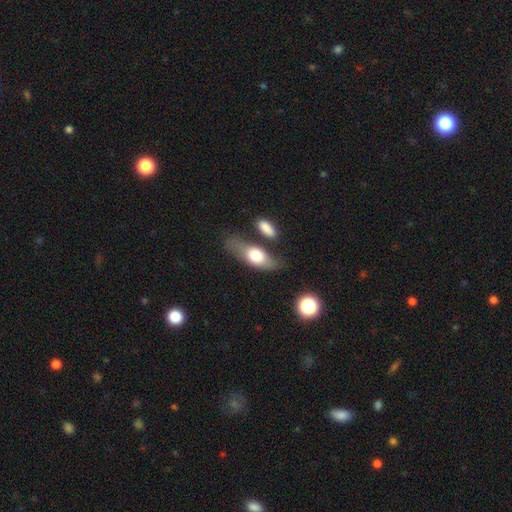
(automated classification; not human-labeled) This appears to be a smooth galaxy with no disk features (62%) that is in between round and cigar-shaped (70%). Merging: none (56%).